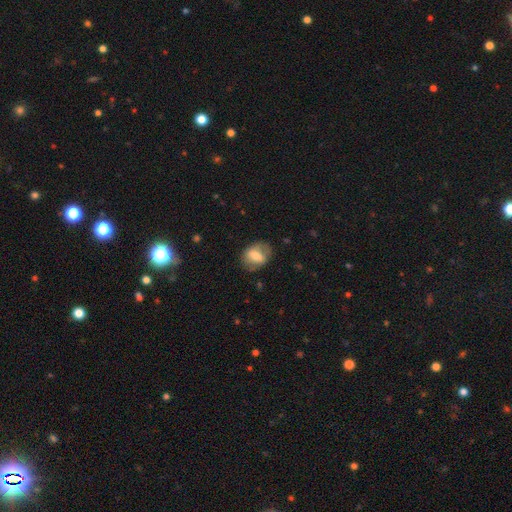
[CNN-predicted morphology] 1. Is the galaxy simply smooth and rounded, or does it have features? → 58% smooth, 35% featured or disk, 7% star or artifact.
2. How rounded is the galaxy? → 67% in between, 31% round, 2% cigar-shaped.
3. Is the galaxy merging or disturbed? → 73% none, 18% minor disturbance, 8% major disturbance, 1% merger.